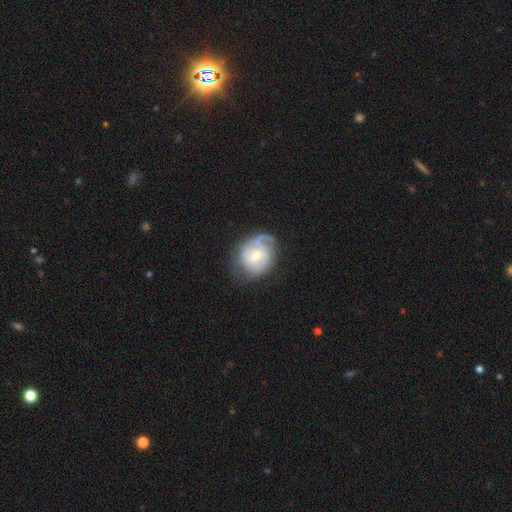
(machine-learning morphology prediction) type=featured or disk (61%); edge-on=no (97%); bar=no (65%); spiral arms=yes (78%); bulge=moderate (52%); merging=none (50%).